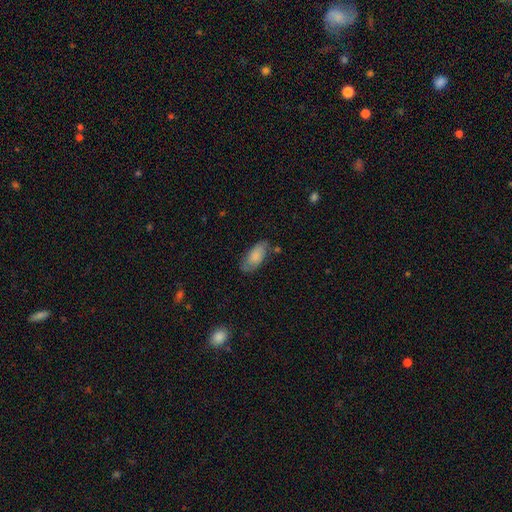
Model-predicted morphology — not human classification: Overall: smooth (73%). How rounded: in between (91%). Merging: none (67%).